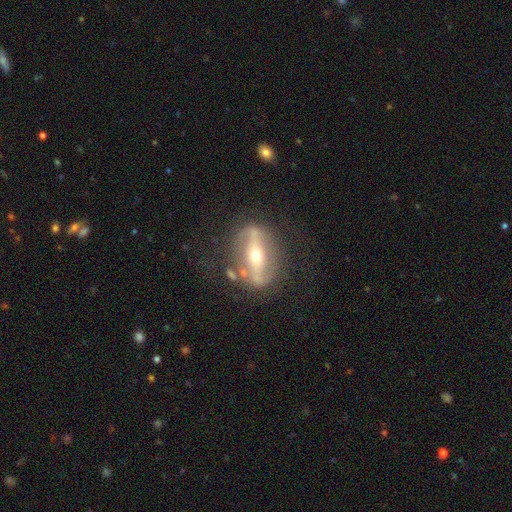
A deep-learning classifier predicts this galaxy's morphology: This is likely a featured or disk galaxy (80%). It is likely not viewed edge-on (67%). Bar: likely strong (78%). Spiral arm pattern: possibly no (56%). Central bulge: possibly moderate (59%). Merging: likely none (73%).